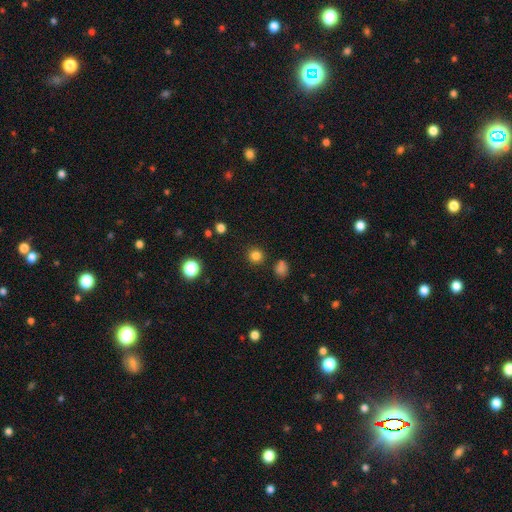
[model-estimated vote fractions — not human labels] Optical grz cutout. It shows a smooth galaxy with no disk features (81%) that is round (91%). Merging: none (88%).